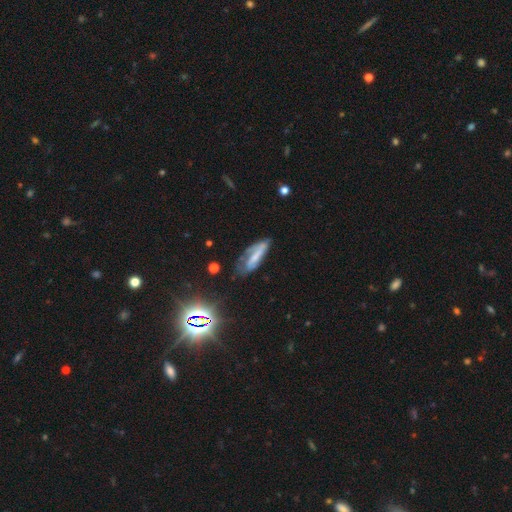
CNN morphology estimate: Smooth or featured: featured or disk — 51% (smooth — 38%)
Edge-on disk: no — 78% (yes — 22%)
Merging: none — 43% (minor disturbance — 31%)